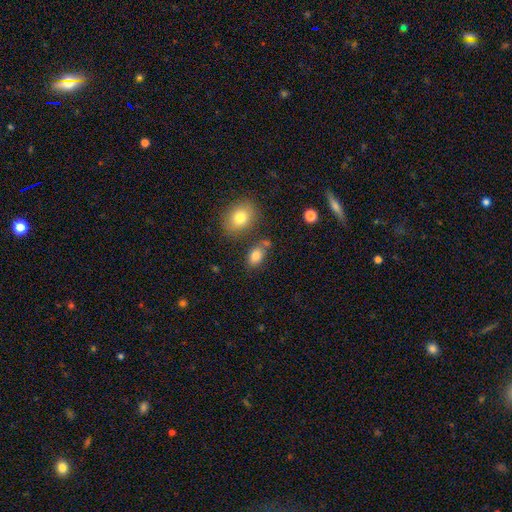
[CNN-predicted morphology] Smooth or featured?
  - smooth: 82% *
  - star or artifact: 9%
  - featured or disk: 9%
How rounded?
  - in between: 86% *
  - round: 12%
  - cigar-shaped: 2%
Merging?
  - none: 66% *
  - minor disturbance: 16%
  - merger: 13%
  - major disturbance: 5%